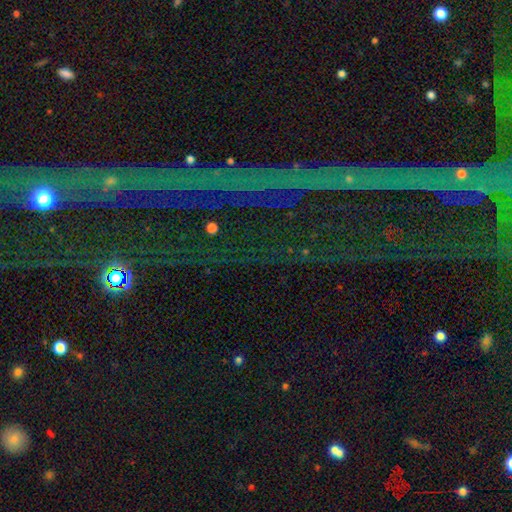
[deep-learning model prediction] A star or artifact, not a galaxy (81%).